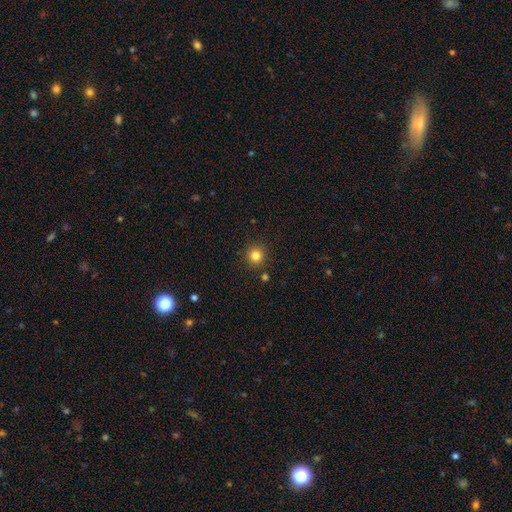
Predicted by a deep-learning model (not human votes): Overall: smooth (81%). How rounded: round (94%). Merging: none (88%).